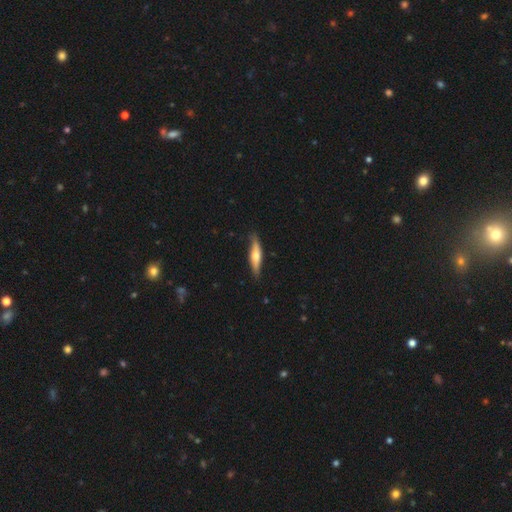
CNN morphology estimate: Overall: featured or disk (50%; smooth 45%). Merging: none (81%).